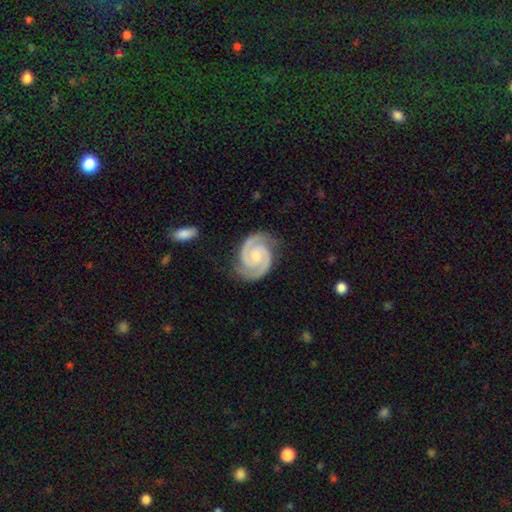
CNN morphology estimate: Smooth or featured: featured or disk — 93% (star or artifact — 3%)
Edge-on disk: no — 98% (yes — 2%)
Bar: no — 56% (weak — 35%)
Spiral arms: yes — 99% (no — 1%)
Spiral winding: tight — 60% (medium — 37%)
Spiral arm count: 2 — 94% (3 — 2%)
Bulge size: moderate — 48% (small — 42%)
Merging: none — 81% (minor disturbance — 15%)